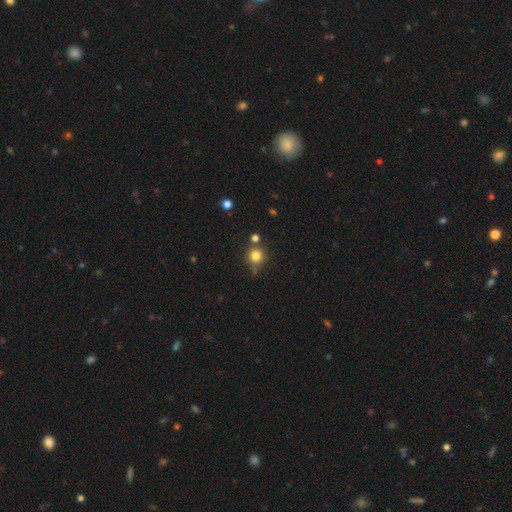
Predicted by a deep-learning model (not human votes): A smooth galaxy with no disk features (81%) that is round (92%). Merging: none (72%).